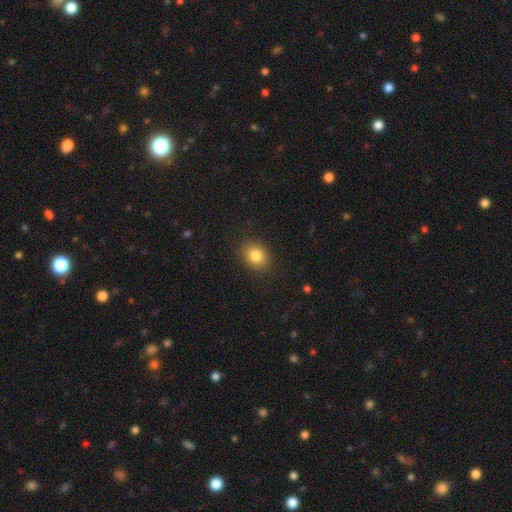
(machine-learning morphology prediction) type=smooth (83%); roundness=round (50%); merging=none (88%).